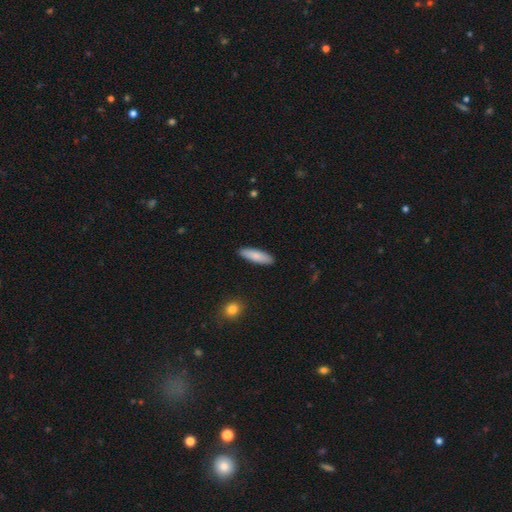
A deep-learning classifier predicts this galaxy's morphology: smooth 84%, featured or disk 11%, star or artifact 5%. Down the decision tree: how rounded — cigar-shaped (58%); merging — none (90%).